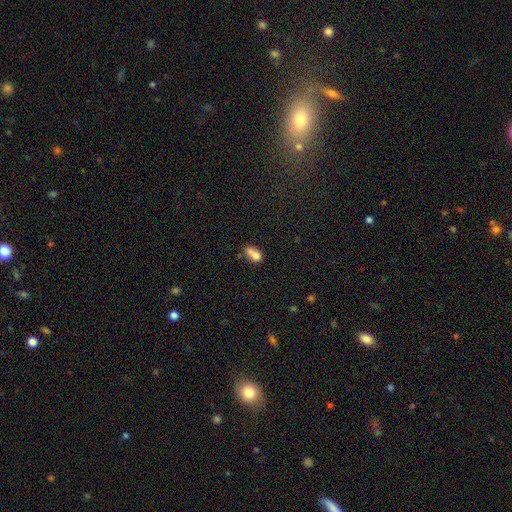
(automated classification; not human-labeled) Smooth or featured?
  - smooth: 69% *
  - featured or disk: 20%
  - star or artifact: 11%
How rounded?
  - in between: 60% *
  - round: 38%
  - cigar-shaped: 2%
Merging?
  - merger: 63% *
  - none: 22%
  - minor disturbance: 10%
  - major disturbance: 5%